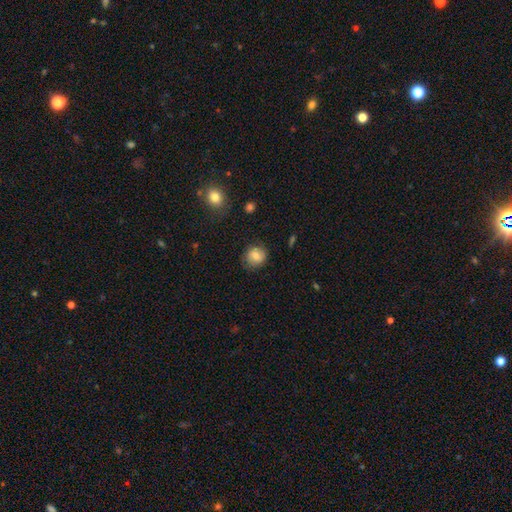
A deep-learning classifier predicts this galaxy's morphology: The model was most divided on "how rounded": round: 77%, in between: 22%, cigar-shaped: 1%. More confident: smooth or featured — smooth (82%); merging — none (81%).